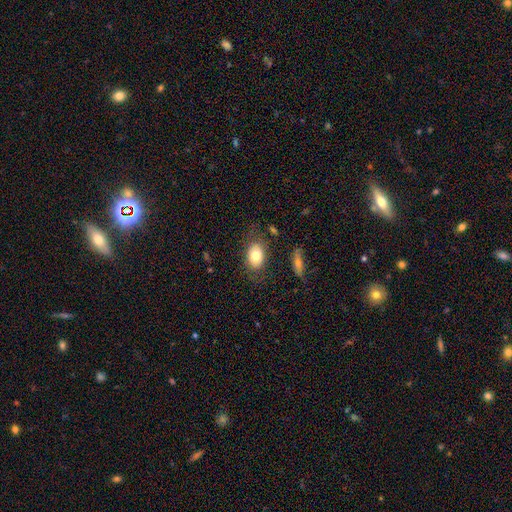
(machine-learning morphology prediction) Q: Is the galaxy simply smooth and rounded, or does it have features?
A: smooth — 75%.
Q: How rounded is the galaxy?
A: in between — 84%.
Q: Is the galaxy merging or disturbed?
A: none — 77%.